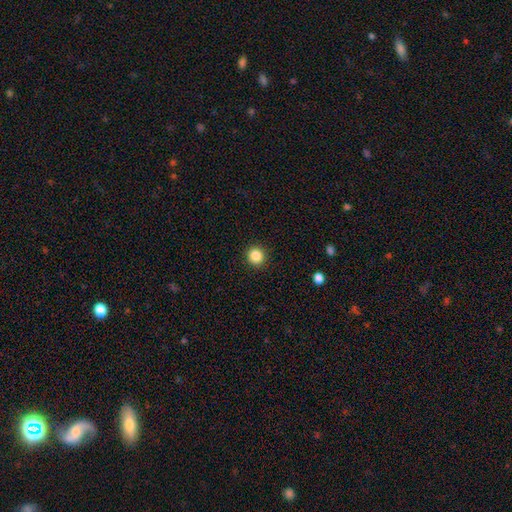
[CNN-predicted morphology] Smooth or featured: smooth — 86% (star or artifact — 11%)
How rounded: round — 93% (in between — 6%)
Merging: none — 92% (minor disturbance — 5%)